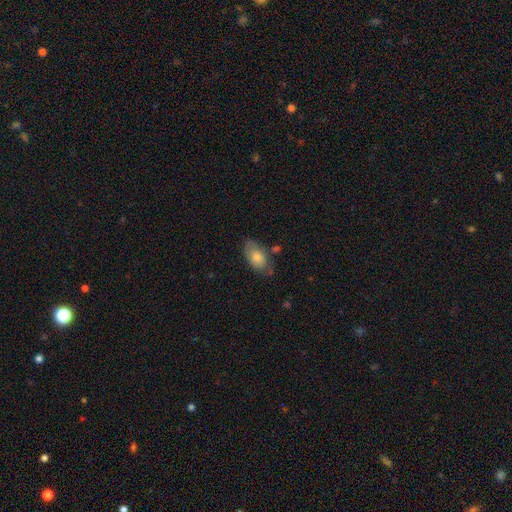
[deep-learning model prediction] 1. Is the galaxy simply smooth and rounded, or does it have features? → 67% smooth, 26% featured or disk, 8% star or artifact.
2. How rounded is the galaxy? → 91% in between, 7% round, 3% cigar-shaped.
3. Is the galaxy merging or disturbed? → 68% none, 22% minor disturbance, 6% major disturbance, 5% merger.